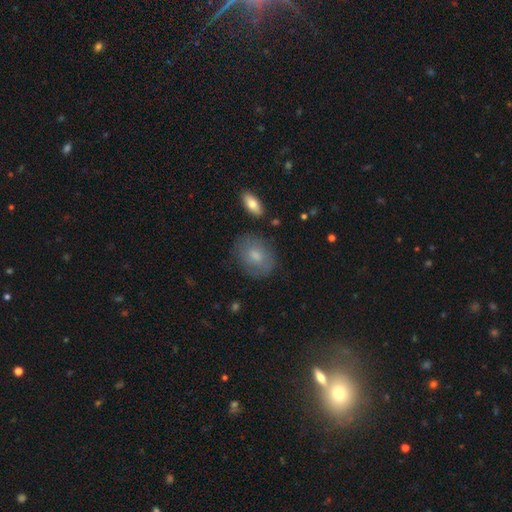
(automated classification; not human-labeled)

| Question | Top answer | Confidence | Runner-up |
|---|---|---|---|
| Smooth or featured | smooth | 70% | featured or disk (22%) |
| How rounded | in between | 56% | round (43%) |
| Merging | none | 76% | minor disturbance (17%) |